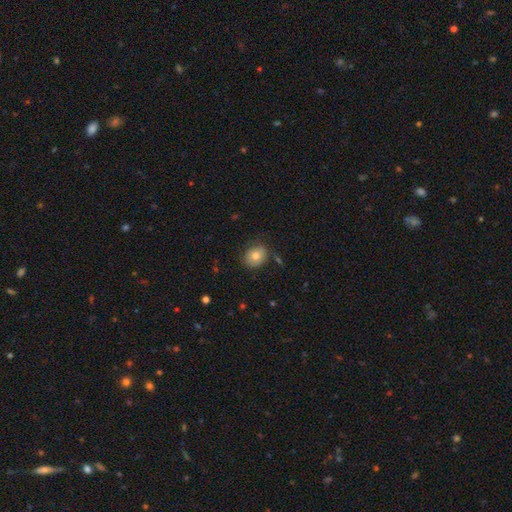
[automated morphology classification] type=smooth (79%); roundness=round (54%); merging=none (76%).